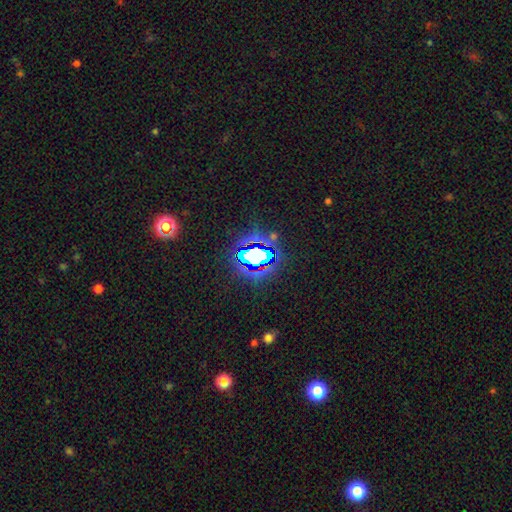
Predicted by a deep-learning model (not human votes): Q: Smooth or featured?
A: star or artifact (69%); runner-up: smooth (18%)